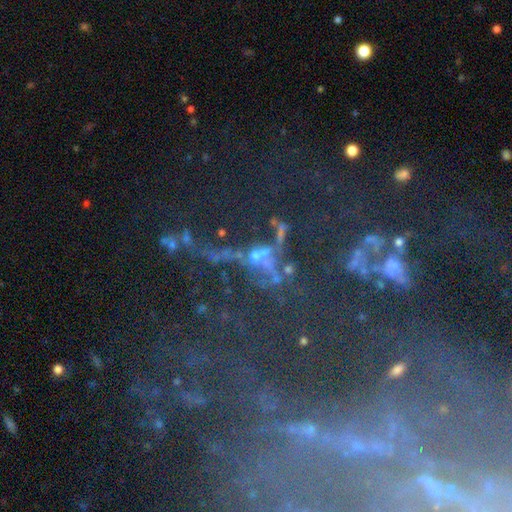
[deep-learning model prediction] A star or artifact, not a galaxy (45%).